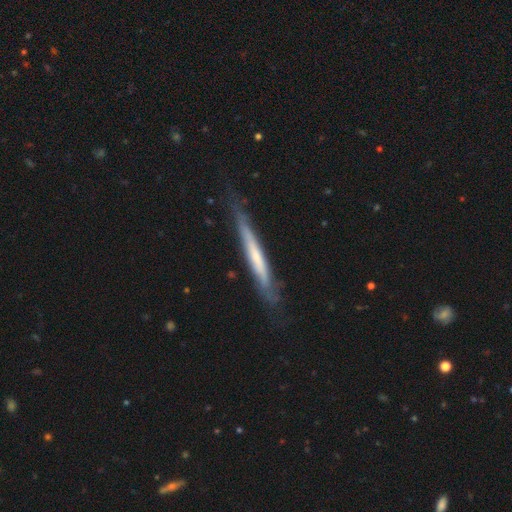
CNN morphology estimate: The model was most divided on "smooth or featured": featured or disk: 57%, smooth: 38%, star or artifact: 5%. More confident: edge-on disk — yes (88%); merging — none (71%); edge-on bulge — none (69%).